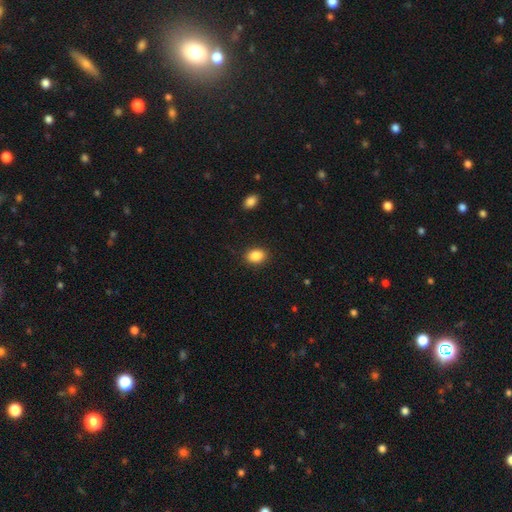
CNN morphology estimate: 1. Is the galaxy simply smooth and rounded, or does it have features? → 88% smooth, 9% star or artifact, 4% featured or disk.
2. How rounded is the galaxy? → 73% in between, 26% round, 1% cigar-shaped.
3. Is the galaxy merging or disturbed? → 88% none, 9% minor disturbance, 3% major disturbance, 1% merger.